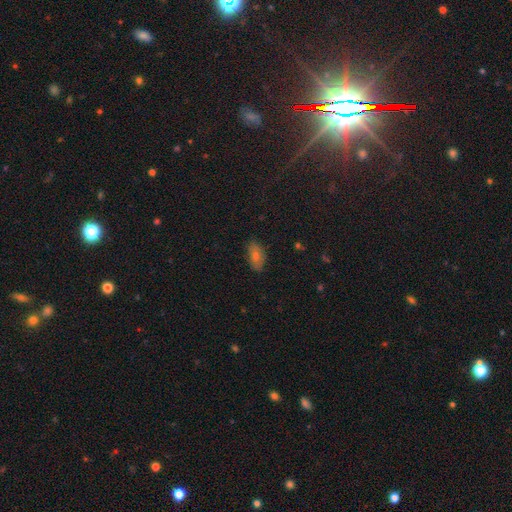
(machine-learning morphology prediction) Smooth or featured: smooth — 62% (featured or disk — 20%)
How rounded: in between — 89% (round — 6%)
Merging: none — 83% (minor disturbance — 14%)